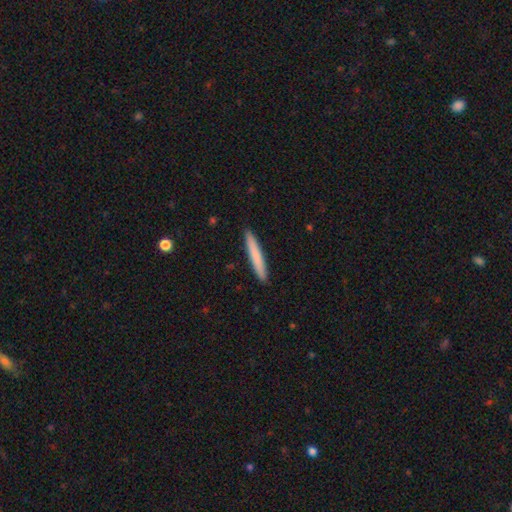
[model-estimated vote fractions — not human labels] smooth-or-featured: smooth: 76% | featured or disk: 19% | star or artifact: 6%
  how-rounded: cigar-shaped: 96% | in between: 3% | round: 1%
  merging: none: 92% | minor disturbance: 6% | major disturbance: 1% | merger: 1%